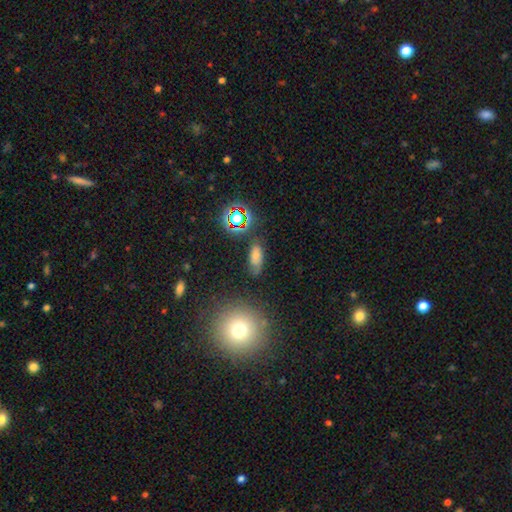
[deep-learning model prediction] A smooth galaxy with no disk features (62%) that is in between round and cigar-shaped (81%). Merging: none (70%).